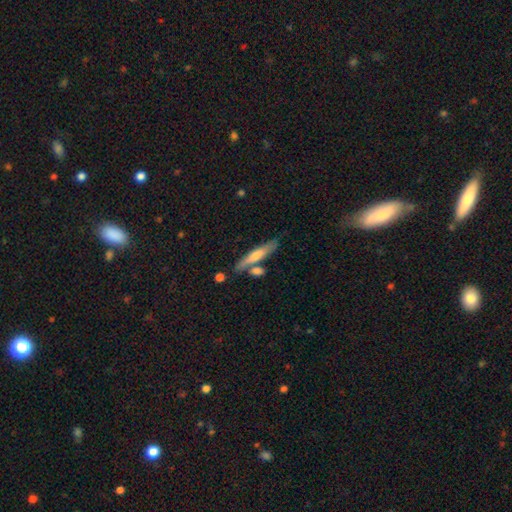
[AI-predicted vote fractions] A smooth galaxy with no disk features (50%) that is cigar-shaped (87%). Merging: none (71%).